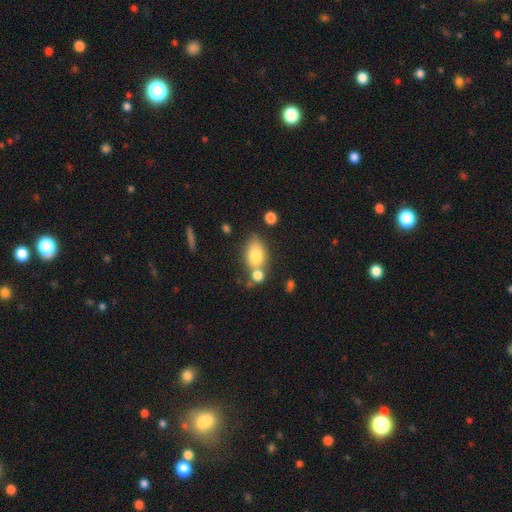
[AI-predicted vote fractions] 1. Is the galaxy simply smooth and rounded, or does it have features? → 77% smooth, 14% featured or disk, 9% star or artifact.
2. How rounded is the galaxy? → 80% in between, 18% round, 2% cigar-shaped.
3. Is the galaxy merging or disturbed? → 52% none, 27% merger, 16% minor disturbance, 6% major disturbance.